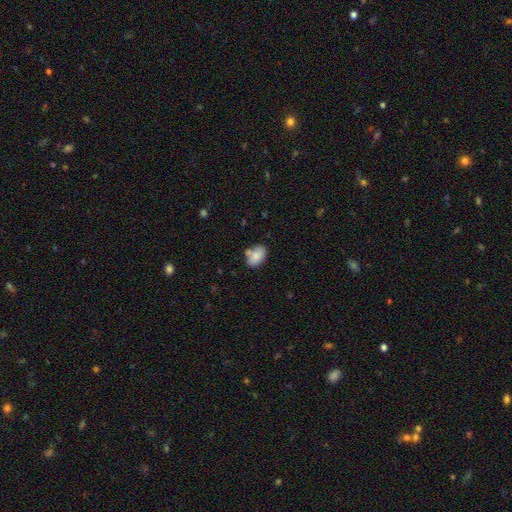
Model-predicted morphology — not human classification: Smooth or featured: smooth — 83% (featured or disk — 10%)
How rounded: in between — 86% (round — 12%)
Merging: none — 65% (minor disturbance — 19%)